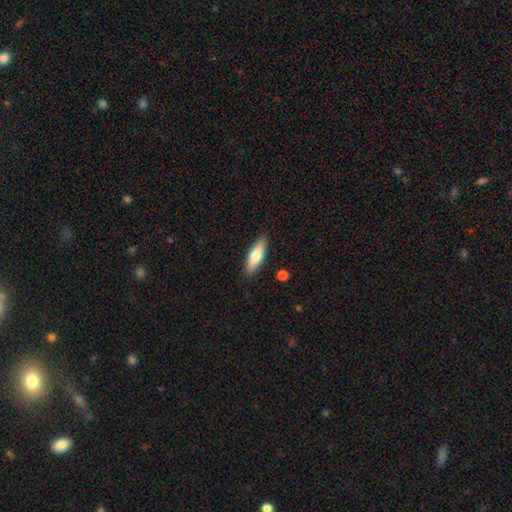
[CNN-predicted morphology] Q: Smooth or featured?
A: smooth (70%); runner-up: featured or disk (24%)
Q: How rounded?
A: in between (50%); runner-up: cigar-shaped (48%)
Q: Merging?
A: none (87%); runner-up: minor disturbance (9%)